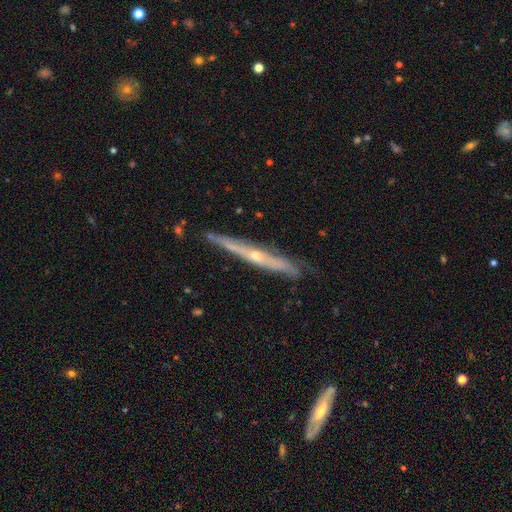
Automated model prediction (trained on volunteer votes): A featured or disk galaxy (77%) viewed edge-on (95%) with a rounded central bulge (72%).

Vote fractions:
- Smooth or featured? featured or disk: 77% / smooth: 16% / star or artifact: 6%
- Edge-on disk? yes: 95% / no: 5%
- Edge-on bulge? rounded: 72% / none: 25% / boxy: 3%
- Merging? none: 80% / minor disturbance: 16% / major disturbance: 2% / merger: 2%